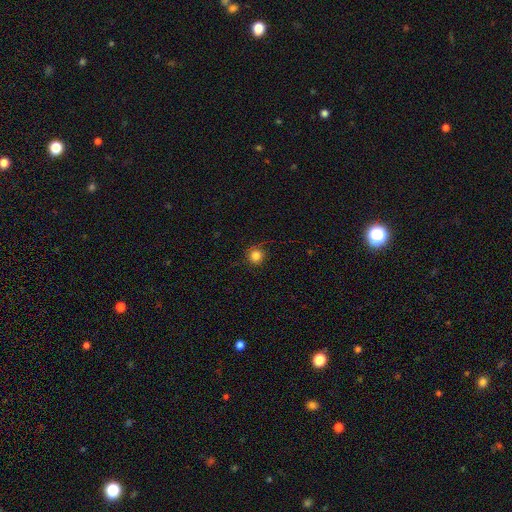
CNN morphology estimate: Q: Smooth or featured?
A: smooth (83%); runner-up: star or artifact (12%)
Q: How rounded?
A: round (93%); runner-up: in between (6%)
Q: Merging?
A: none (84%); runner-up: minor disturbance (12%)